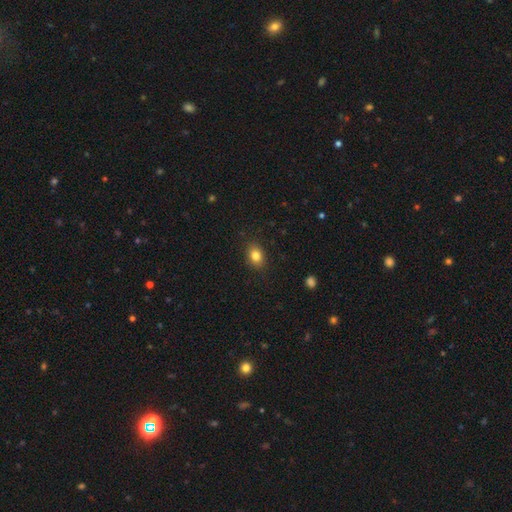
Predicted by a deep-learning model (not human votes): A smooth galaxy with no disk features (83%) that is in between round and cigar-shaped (66%). Merging: none (87%).